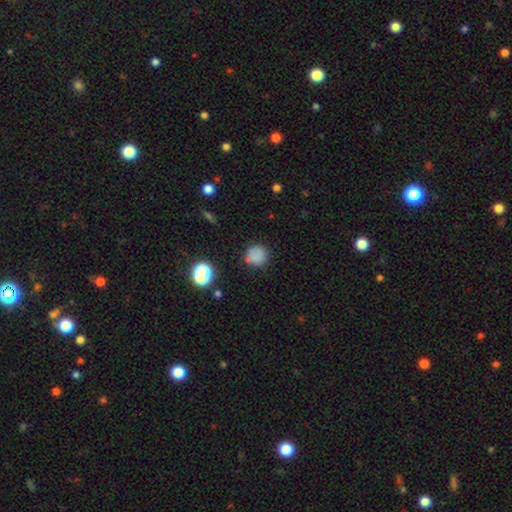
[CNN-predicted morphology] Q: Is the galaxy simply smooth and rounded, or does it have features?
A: smooth — 77%.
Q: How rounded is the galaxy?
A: round — 90%.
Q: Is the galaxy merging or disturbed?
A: none — 76%.